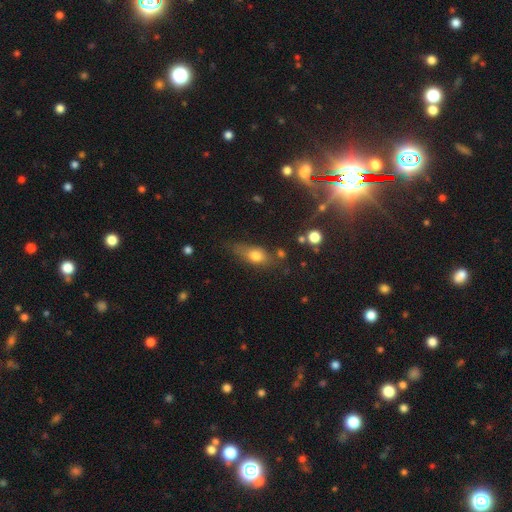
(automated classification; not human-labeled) A smooth galaxy with no disk features (72%) that is in between round and cigar-shaped (69%). Merging: none (57%).